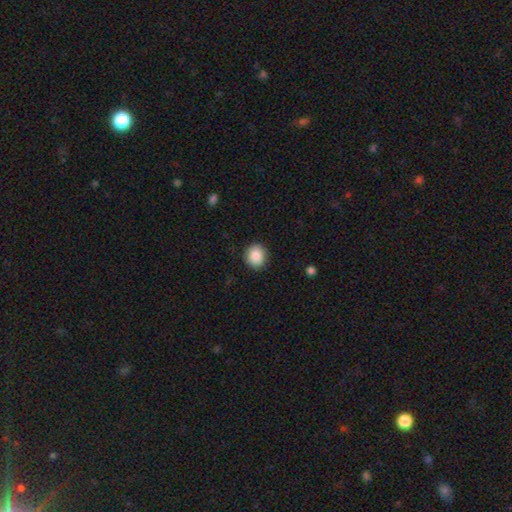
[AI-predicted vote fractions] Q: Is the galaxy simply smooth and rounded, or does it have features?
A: smooth — 88%.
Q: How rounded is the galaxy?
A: round — 84%.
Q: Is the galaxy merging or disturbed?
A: none — 90%.